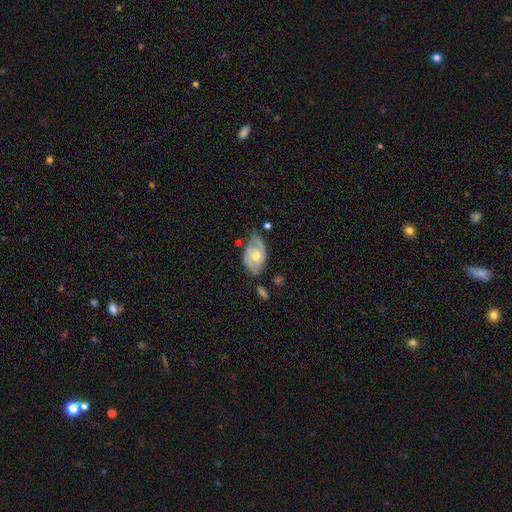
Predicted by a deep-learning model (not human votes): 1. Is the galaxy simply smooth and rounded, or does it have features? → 70% featured or disk, 25% smooth, 6% star or artifact.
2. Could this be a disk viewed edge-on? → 94% no, 6% yes.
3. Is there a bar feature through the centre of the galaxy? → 72% no, 24% weak, 4% strong.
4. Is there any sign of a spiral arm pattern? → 82% yes, 18% no.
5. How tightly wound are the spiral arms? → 45% tight, 40% medium, 15% loose.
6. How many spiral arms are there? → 70% 2, 17% can't tell, 7% 1, 3% 3, 1% 4, 1% more than 4.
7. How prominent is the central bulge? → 71% moderate, 22% small, 5% large, 1% none, 1% dominant.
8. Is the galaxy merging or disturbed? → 56% none, 29% minor disturbance, 9% major disturbance, 5% merger.